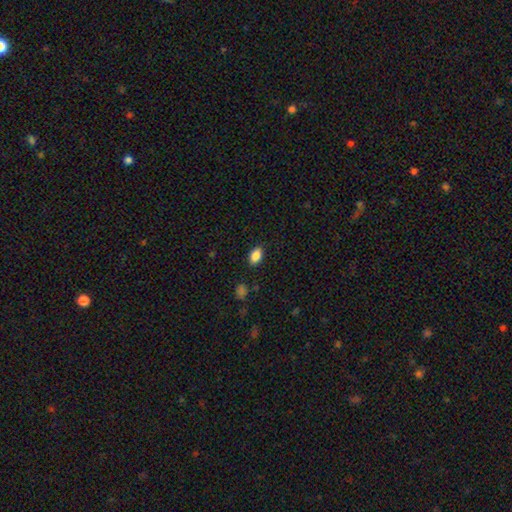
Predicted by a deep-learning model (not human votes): This appears to be a smooth galaxy with no disk features (87%) that is in between round and cigar-shaped (89%). Merging: none (87%).